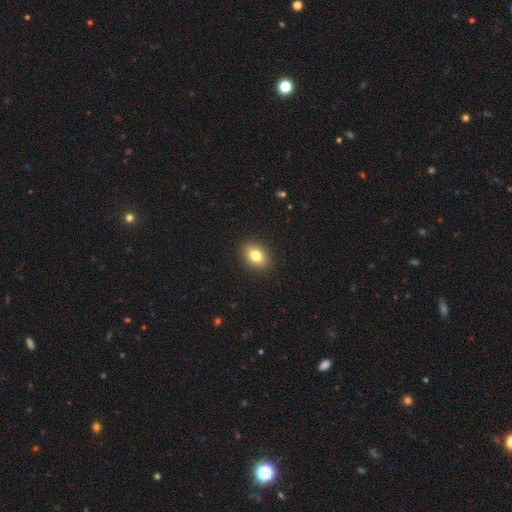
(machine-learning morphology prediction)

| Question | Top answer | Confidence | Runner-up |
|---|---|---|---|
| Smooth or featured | smooth | 81% | star or artifact (9%) |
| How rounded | in between | 76% | round (22%) |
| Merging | none | 90% | minor disturbance (7%) |